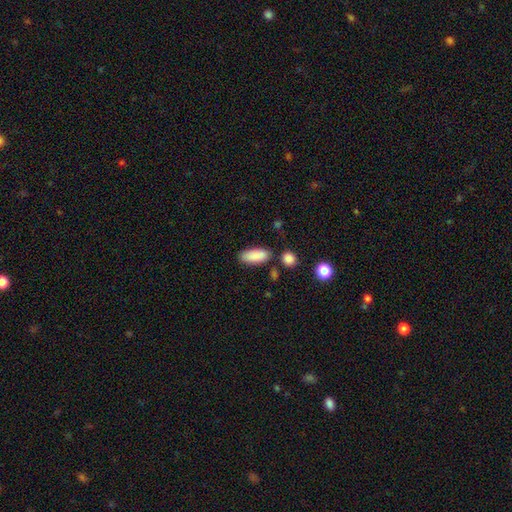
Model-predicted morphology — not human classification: Smooth or featured?
  - smooth: 89% *
  - star or artifact: 7%
  - featured or disk: 4%
How rounded?
  - in between: 83% *
  - cigar-shaped: 14%
  - round: 2%
Merging?
  - none: 78% *
  - minor disturbance: 13%
  - merger: 6%
  - major disturbance: 3%